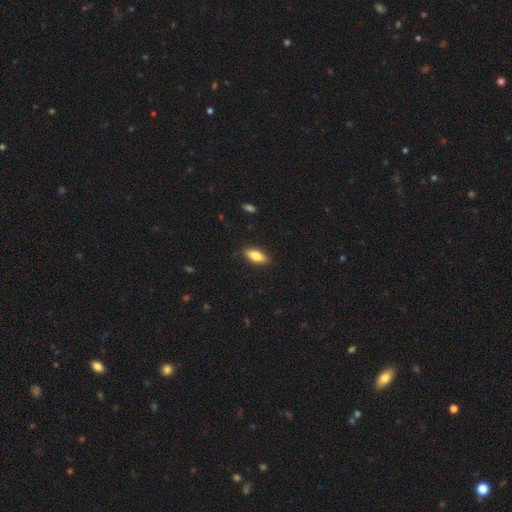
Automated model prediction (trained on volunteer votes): Overall: smooth (82%). How rounded: in between (79%). Merging: none (87%).